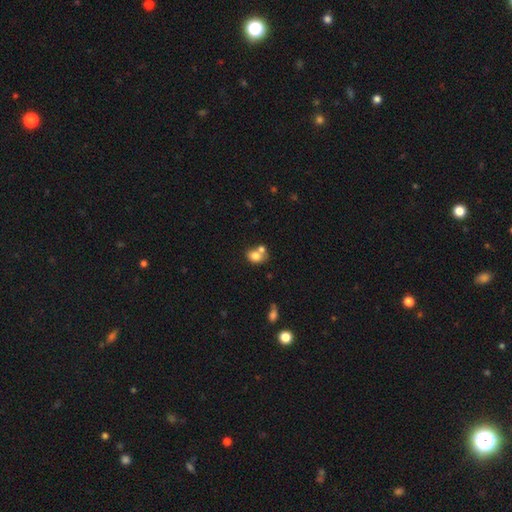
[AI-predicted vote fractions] This appears to be a smooth galaxy with no disk features (77%) that is in between round and cigar-shaped (55%). Merging: merger (45%).